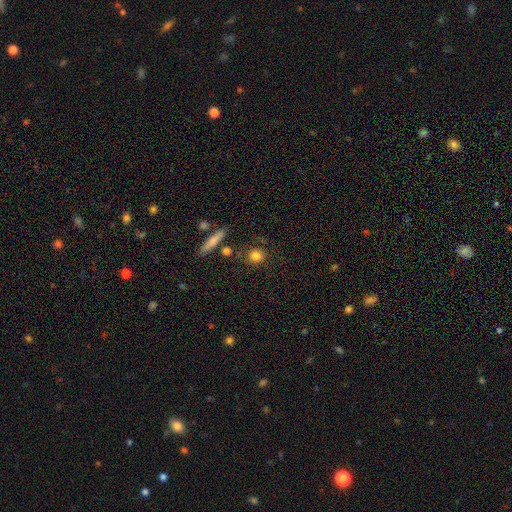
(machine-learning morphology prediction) The model was most divided on "how rounded": round: 80%, in between: 17%, cigar-shaped: 4%. More confident: smooth or featured — smooth (82%); merging — none (78%).